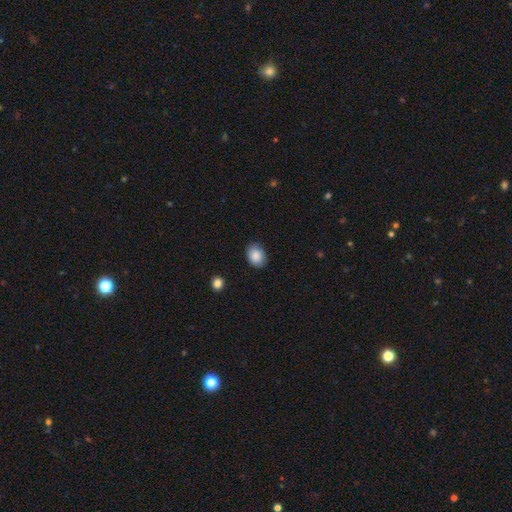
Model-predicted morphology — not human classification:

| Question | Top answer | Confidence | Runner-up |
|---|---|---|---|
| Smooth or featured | smooth | 88% | star or artifact (7%) |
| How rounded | in between | 64% | round (35%) |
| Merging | none | 86% | minor disturbance (11%) |